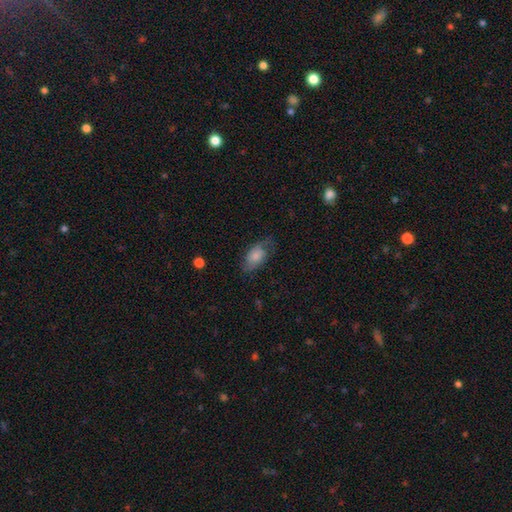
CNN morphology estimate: Smooth or featured? Predicted: smooth (p=0.69). How rounded? Predicted: in between (p=0.91). Merging? Predicted: none (p=0.60).